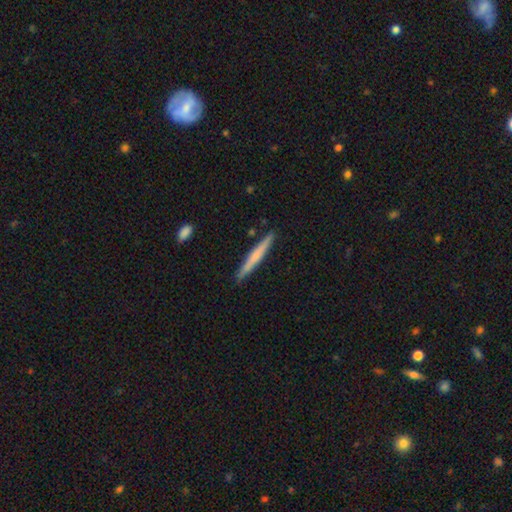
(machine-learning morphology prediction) Overall: smooth (58%; featured or disk 37%). How rounded: cigar-shaped (96%). Merging: none (90%).